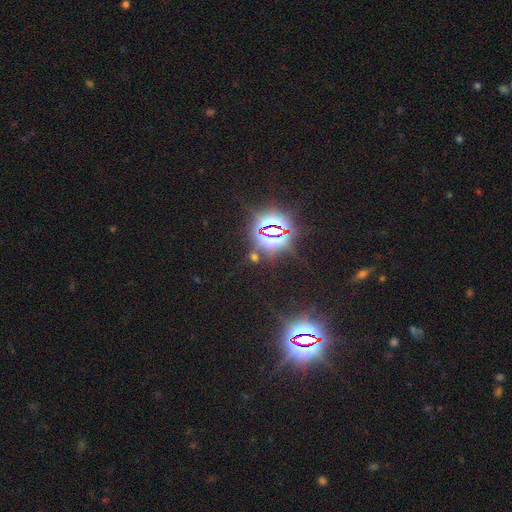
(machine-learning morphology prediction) The model was most divided on "smooth or featured": star or artifact: 84%, smooth: 10%, featured or disk: 7%.